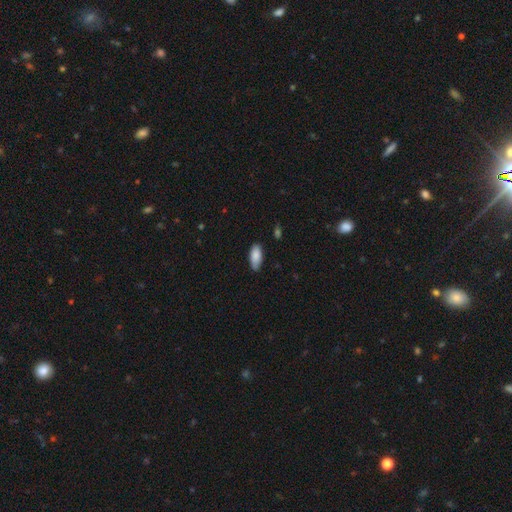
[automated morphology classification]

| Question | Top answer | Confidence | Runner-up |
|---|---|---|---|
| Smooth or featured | smooth | 87% | featured or disk (7%) |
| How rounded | in between | 87% | cigar-shaped (11%) |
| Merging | none | 74% | minor disturbance (22%) |